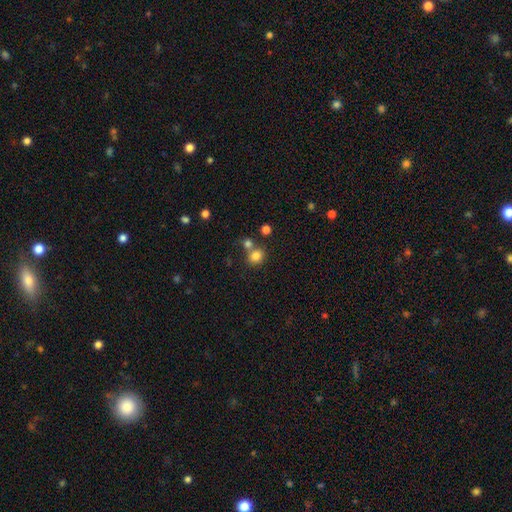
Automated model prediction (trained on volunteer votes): Smooth or featured: smooth — 81% (star or artifact — 12%)
How rounded: round — 72% (in between — 27%)
Merging: none — 58% (merger — 28%)